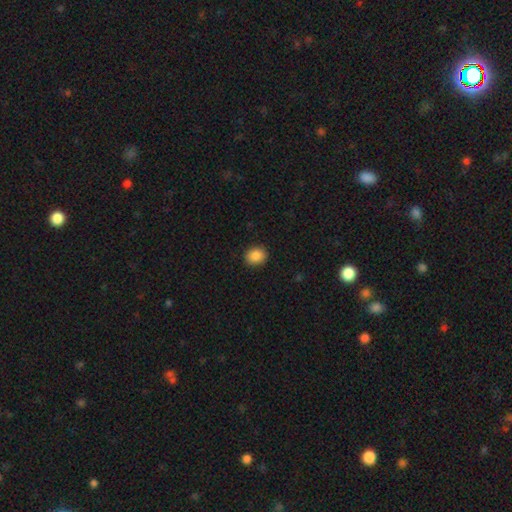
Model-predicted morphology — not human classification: Overall: smooth (88%). How rounded: round (63%; in between 36%). Merging: none (90%).